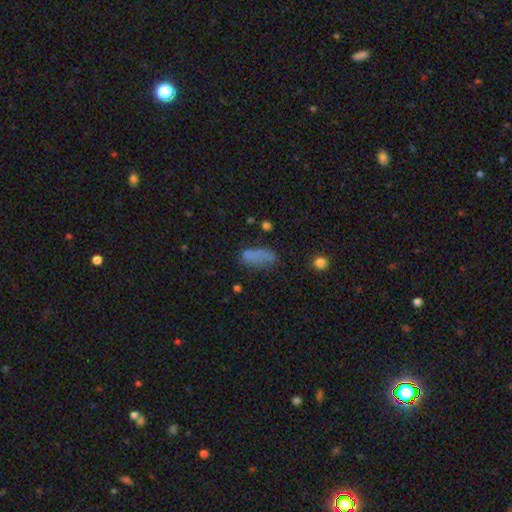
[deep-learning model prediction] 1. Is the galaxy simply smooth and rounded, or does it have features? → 70% smooth, 15% star or artifact, 15% featured or disk.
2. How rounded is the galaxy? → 78% in between, 17% cigar-shaped, 5% round.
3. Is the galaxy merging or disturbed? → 43% none, 28% minor disturbance, 21% major disturbance, 7% merger.